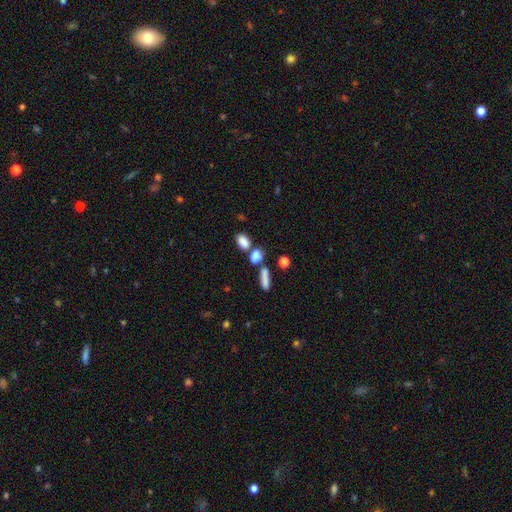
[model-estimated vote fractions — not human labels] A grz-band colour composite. It shows a smooth galaxy with no disk features (80%) that is in between round and cigar-shaped (66%). Merging: none (47%).